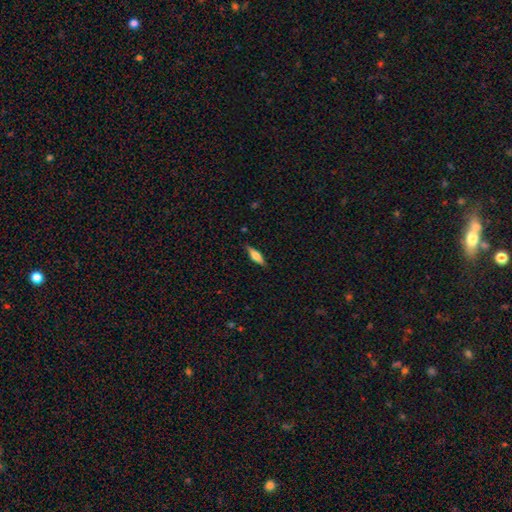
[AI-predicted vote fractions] Smooth or featured: smooth — 56% (featured or disk — 38%)
How rounded: cigar-shaped — 55% (in between — 43%)
Merging: none — 85% (minor disturbance — 11%)